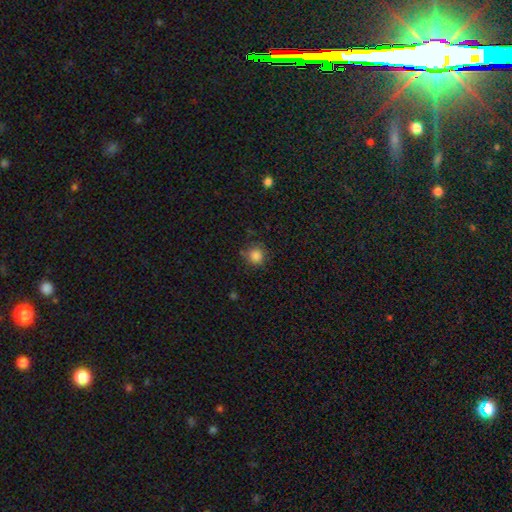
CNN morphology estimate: This appears to be a smooth galaxy with no disk features (85%) that is round (92%). Merging: none (80%).